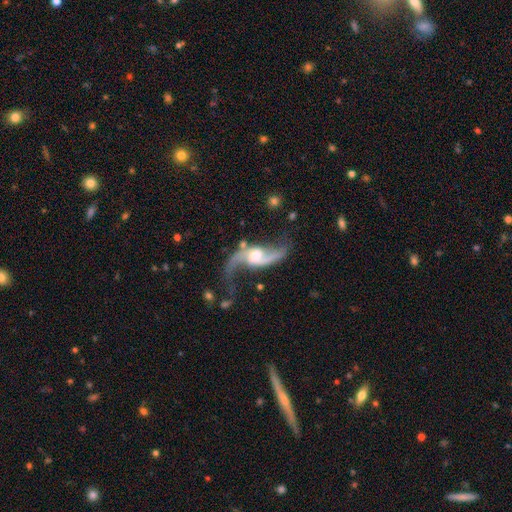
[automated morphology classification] featured or disk 91%, smooth 5%, star or artifact 4%. Down the decision tree: edge-on disk — no (96%); bar — no (49%); spiral arms — yes (97%); spiral arm count — 2 (93%); spiral winding — loose (82%); bulge size — moderate (58%); merging — none (63%).